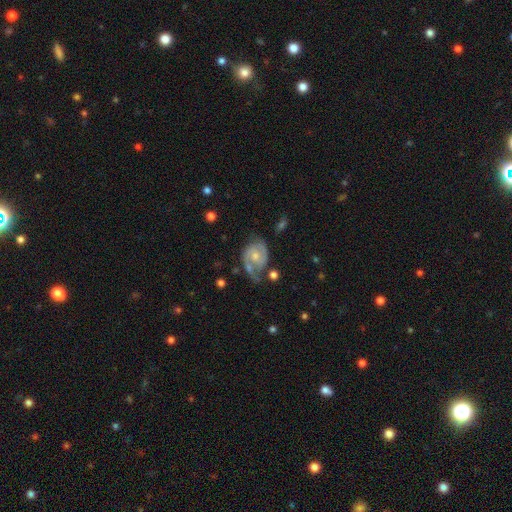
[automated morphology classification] Smooth or featured? featured or disk (80%)
Edge-on disk? no (97%)
Bar? no (67%)
Spiral arms? yes (92%)
Spiral winding? medium (45%)
Spiral arm count? 2 (70%)
Bulge size? moderate (47%)
Merging? none (45%)